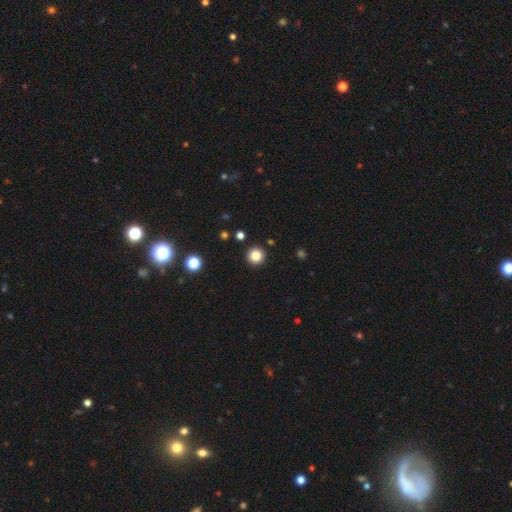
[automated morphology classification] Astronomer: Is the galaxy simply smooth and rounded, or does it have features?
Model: smooth — 84%.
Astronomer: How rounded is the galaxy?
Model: round — 96%.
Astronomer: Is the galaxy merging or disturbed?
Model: none — 92%.